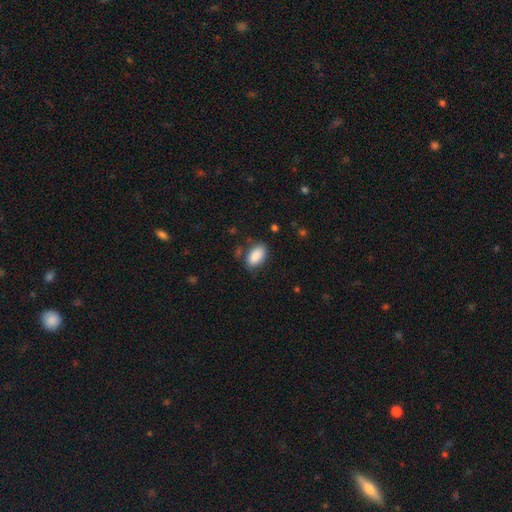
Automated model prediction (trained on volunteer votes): smooth 88%, star or artifact 7%, featured or disk 5%. Down the decision tree: how rounded — in between (93%); merging — none (78%).